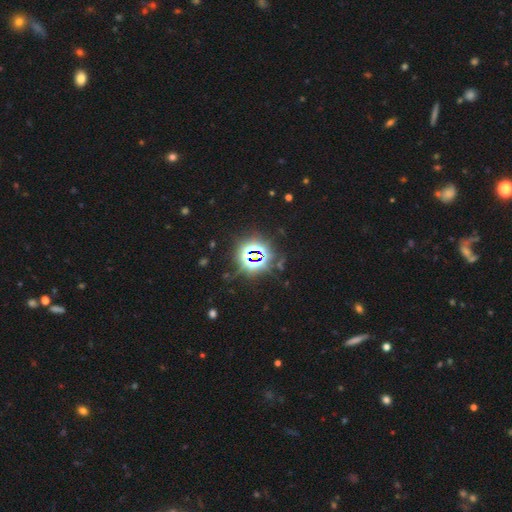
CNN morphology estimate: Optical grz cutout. It shows a star or artifact, not a galaxy (79%).